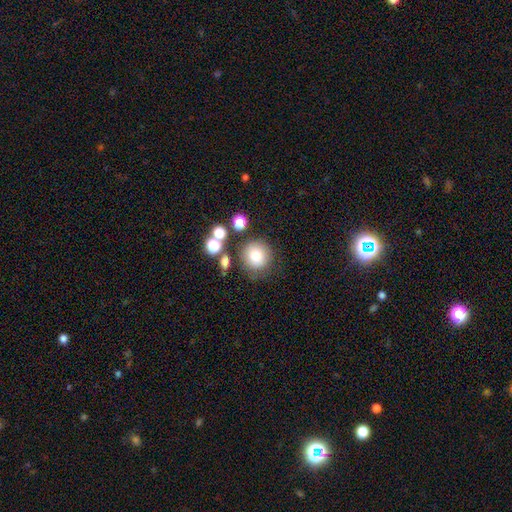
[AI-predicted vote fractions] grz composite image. It shows a smooth galaxy with no disk features (79%) that is round (91%). Merging: none (75%).